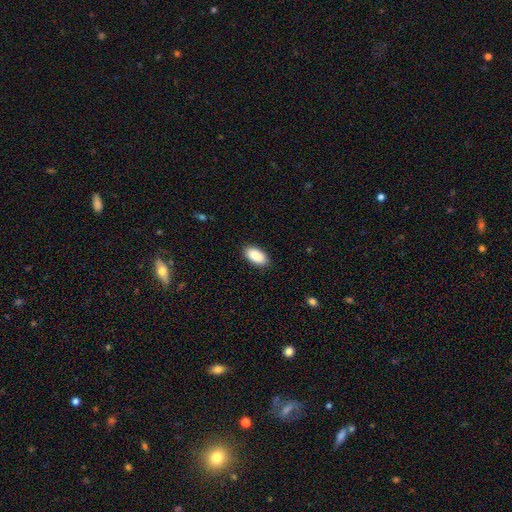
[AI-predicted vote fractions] A smooth galaxy with no disk features (90%) that is in between round and cigar-shaped (95%).

Vote fractions:
- Smooth or featured? smooth: 90% / star or artifact: 6% / featured or disk: 3%
- How rounded? in between: 95% / round: 3% / cigar-shaped: 2%
- Merging? none: 89% / minor disturbance: 8% / major disturbance: 2% / merger: 1%